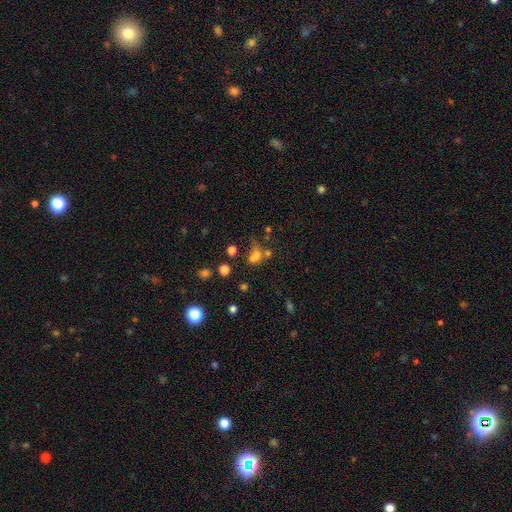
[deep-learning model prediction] smooth-or-featured: smooth: 61% | star or artifact: 23% | featured or disk: 17%
  how-rounded: in between: 55% | round: 41% | cigar-shaped: 4%
  merging: merger: 38% | none: 31% | major disturbance: 17% | minor disturbance: 15%